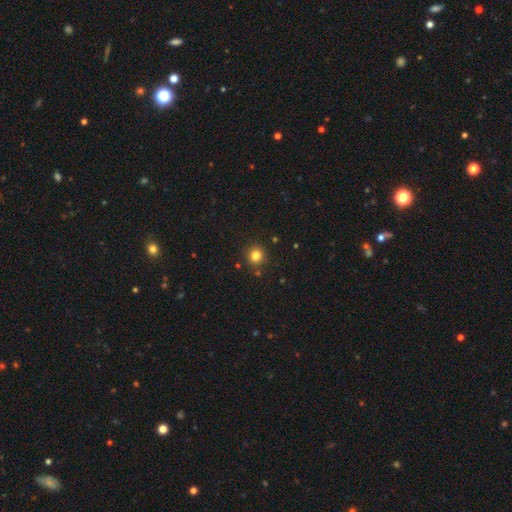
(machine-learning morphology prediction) The model was most divided on "smooth or featured": smooth: 81%, star or artifact: 13%, featured or disk: 5%. More confident: how rounded — round (92%); merging — none (89%).